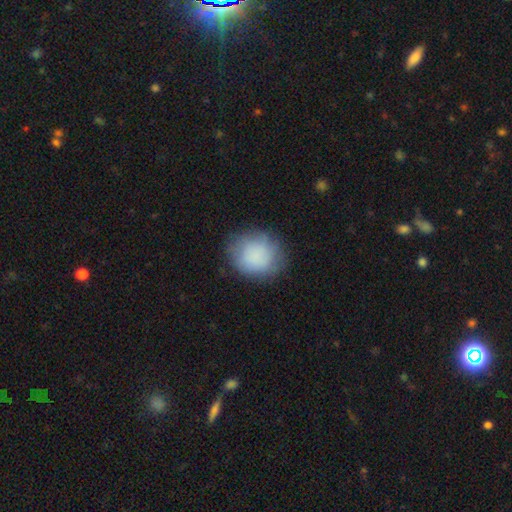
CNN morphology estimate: smooth-or-featured: smooth: 83% | featured or disk: 9% | star or artifact: 8%
  how-rounded: round: 77% | in between: 22% | cigar-shaped: 1%
  merging: none: 75% | minor disturbance: 17% | major disturbance: 6% | merger: 1%